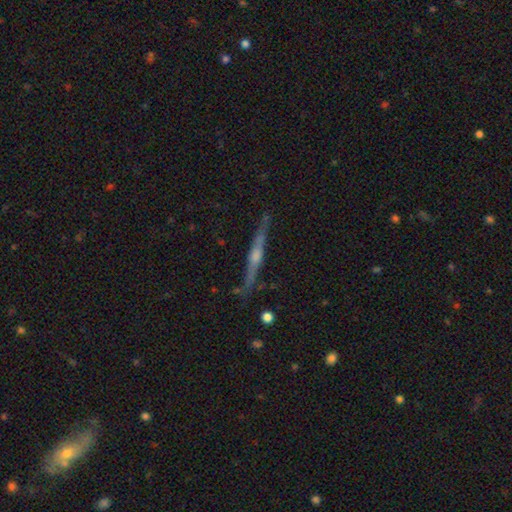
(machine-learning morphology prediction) A featured or disk galaxy (77%) viewed edge-on (98%) with a rounded central bulge (80%). Merging: none (86%).